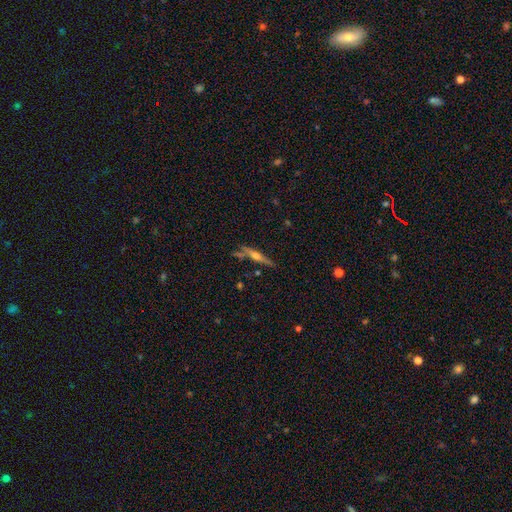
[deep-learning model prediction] Smooth or featured: featured or disk — 68% (smooth — 25%)
Edge-on disk: yes — 96% (no — 4%)
Edge-on bulge: rounded — 89% (none — 6%)
Merging: none — 74% (minor disturbance — 14%)